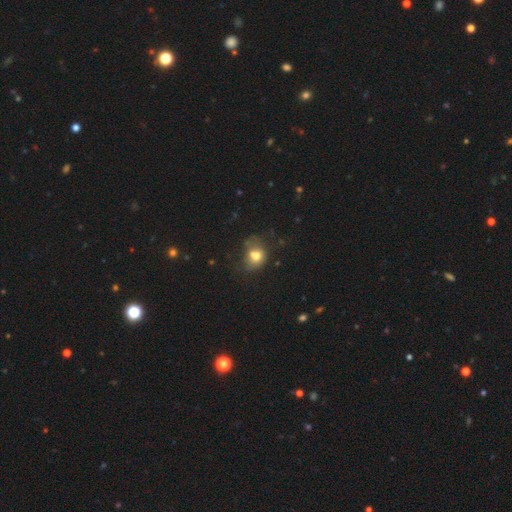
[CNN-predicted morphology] The model was most divided on "how rounded": in between: 51%, round: 48%, cigar-shaped: 1%. Remaining: smooth or featured — smooth (69%); merging — none (39%).